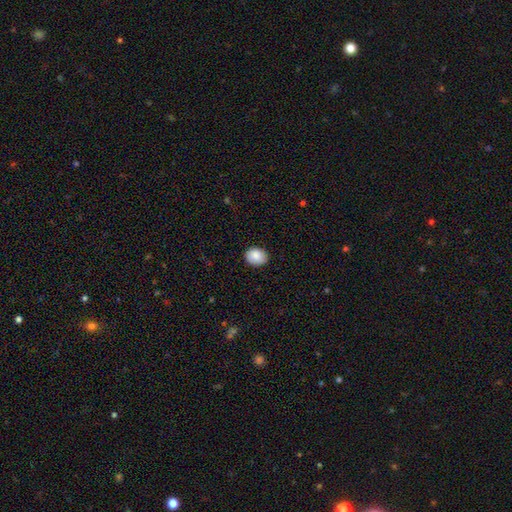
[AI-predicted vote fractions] Q: Smooth or featured?
A: smooth (88%); runner-up: star or artifact (7%)
Q: How rounded?
A: in between (56%); runner-up: round (43%)
Q: Merging?
A: none (88%); runner-up: minor disturbance (9%)